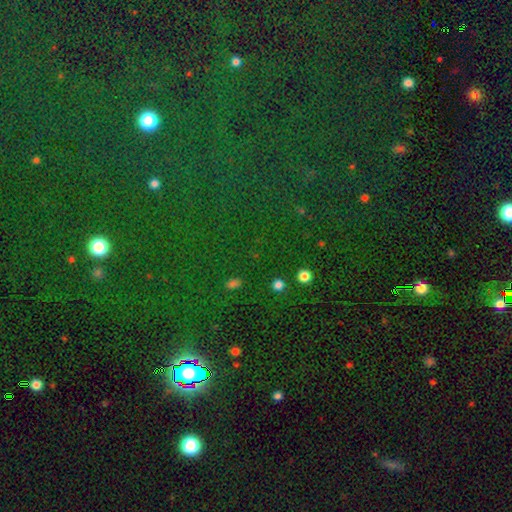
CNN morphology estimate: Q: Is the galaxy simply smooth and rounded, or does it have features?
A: star or artifact — 81%.